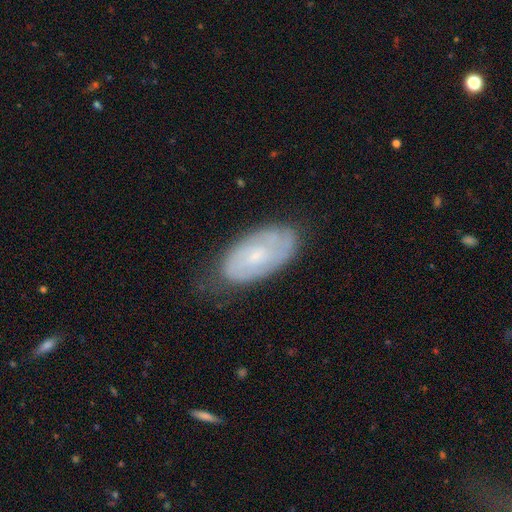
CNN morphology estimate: smooth-or-featured: featured or disk: 55% | smooth: 38% | star or artifact: 7%
  disk-edge-on: no: 93% | yes: 7%
    bar: no: 69% | weak: 27% | strong: 4%
    has-spiral-arms: yes: 74% | no: 26%
    bulge-size: small: 66% | moderate: 24% | none: 8% | large: 2% | dominant: 1%
  merging: none: 66% | minor disturbance: 26% | major disturbance: 7% | merger: 2%